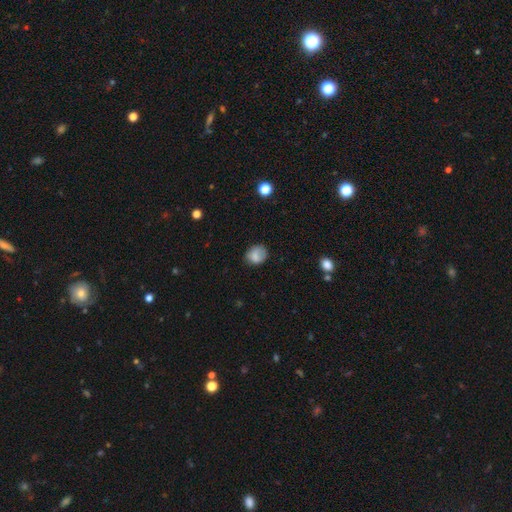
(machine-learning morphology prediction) smooth 79%, featured or disk 11%, star or artifact 10%. Down the decision tree: how rounded — round (62%); merging — none (69%).